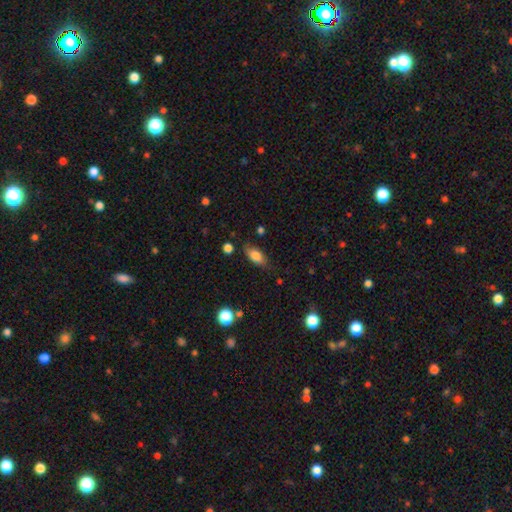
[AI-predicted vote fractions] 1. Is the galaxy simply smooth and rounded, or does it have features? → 81% smooth, 12% featured or disk, 8% star or artifact.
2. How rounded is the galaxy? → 85% in between, 10% cigar-shaped, 4% round.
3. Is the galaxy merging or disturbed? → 75% none, 19% minor disturbance, 4% major disturbance, 2% merger.